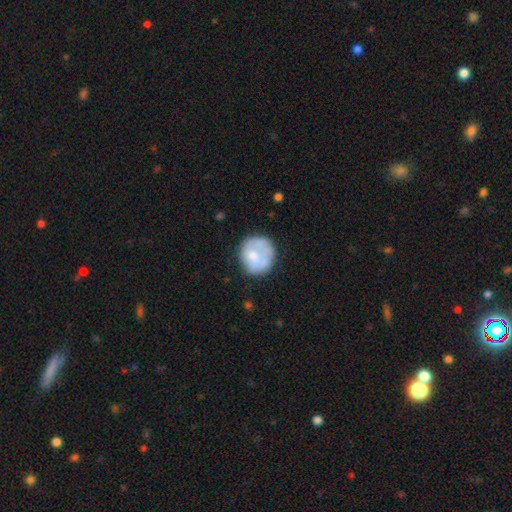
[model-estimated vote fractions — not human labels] Smooth or featured? Predicted: smooth (p=0.61). How rounded? Predicted: round (p=0.86). Merging? Predicted: none (p=0.61).